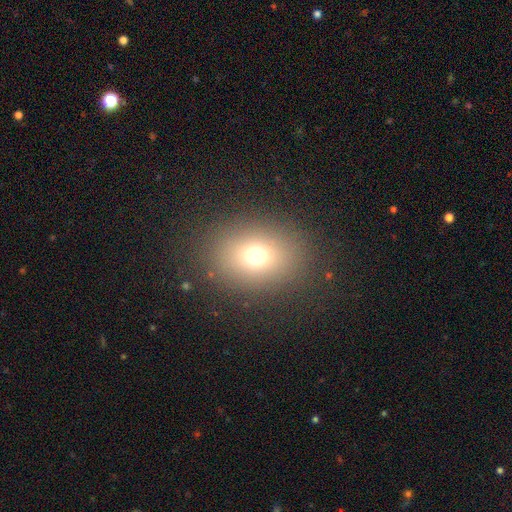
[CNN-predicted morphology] smooth-or-featured: smooth: 70% | star or artifact: 18% | featured or disk: 12%
  how-rounded: in between: 54% | round: 45% | cigar-shaped: 1%
  merging: none: 85% | minor disturbance: 8% | major disturbance: 5% | merger: 1%